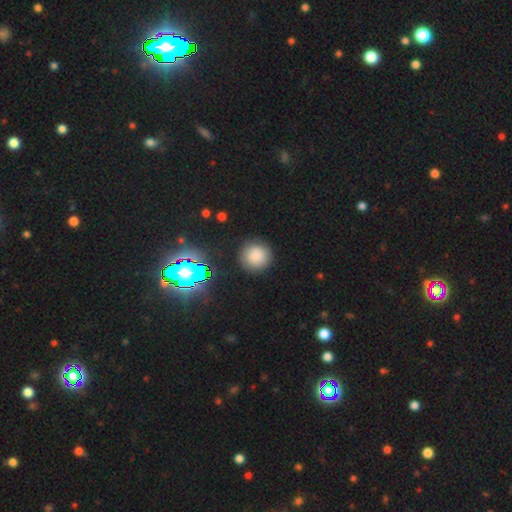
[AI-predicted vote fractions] smooth 80%, star or artifact 13%, featured or disk 7%. Down the decision tree: how rounded — round (94%); merging — none (87%).